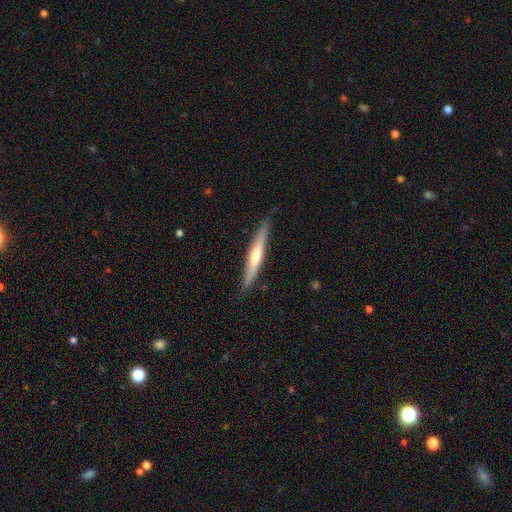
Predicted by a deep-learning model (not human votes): A featured or disk galaxy (57%) viewed edge-on (96%) with a rounded central bulge (67%). Merging: none (85%).